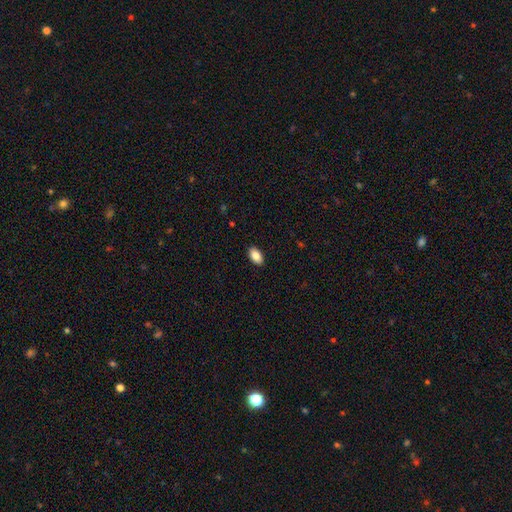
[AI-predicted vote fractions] Smooth or featured: smooth — 86% (star or artifact — 7%)
How rounded: in between — 93% (round — 5%)
Merging: none — 90% (minor disturbance — 7%)